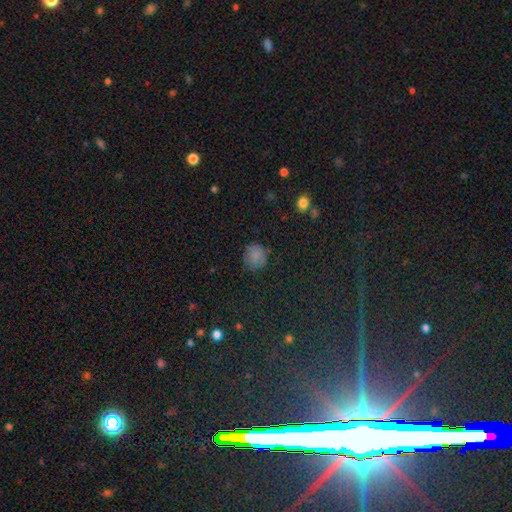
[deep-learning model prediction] smooth 78%, star or artifact 13%, featured or disk 9%. Down the decision tree: how rounded — round (83%); merging — none (75%).